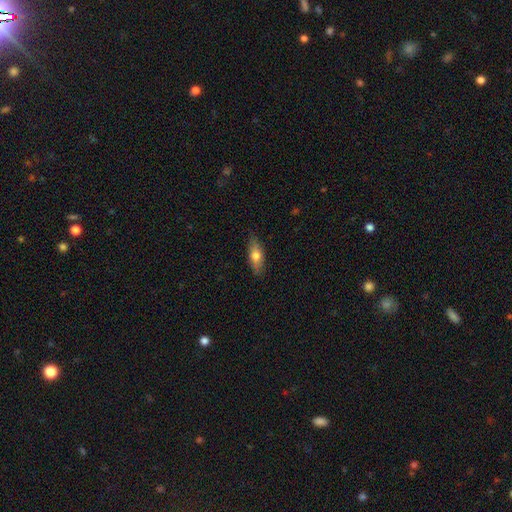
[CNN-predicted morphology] Overall: smooth (66%; featured or disk 28%). How rounded: in between (68%). Merging: none (84%).